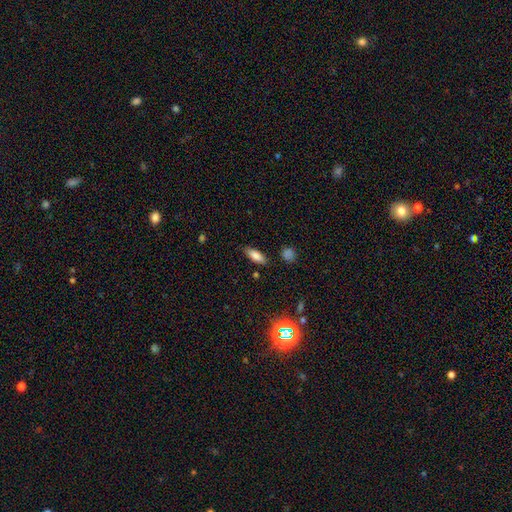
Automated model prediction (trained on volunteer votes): A smooth galaxy with no disk features (78%) that is in between round and cigar-shaped (69%). Merging: none (82%).